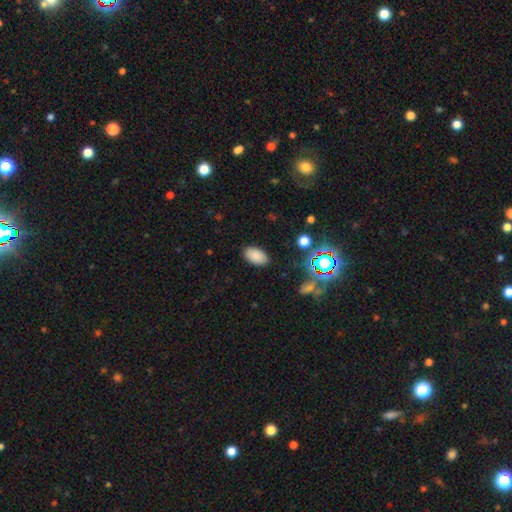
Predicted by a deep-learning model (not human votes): Smooth or featured? smooth (84%)
How rounded? in between (93%)
Merging? none (86%)